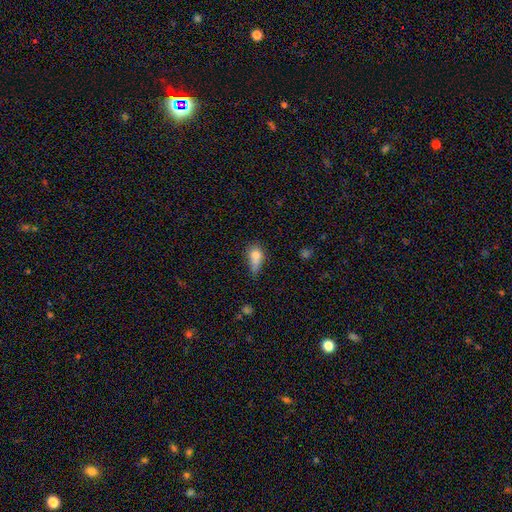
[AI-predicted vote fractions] A smooth galaxy with no disk features (75%) that is in between round and cigar-shaped (68%).

Vote fractions:
- Smooth or featured? smooth: 75% / featured or disk: 14% / star or artifact: 11%
- How rounded? in between: 68% / round: 26% / cigar-shaped: 6%
- Merging? minor disturbance: 38% / none: 27% / major disturbance: 26% / merger: 9%